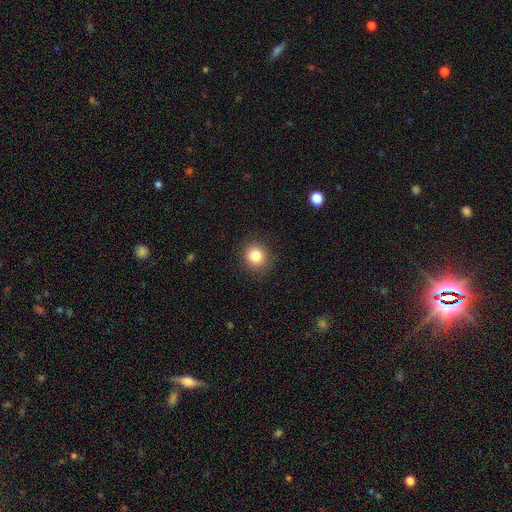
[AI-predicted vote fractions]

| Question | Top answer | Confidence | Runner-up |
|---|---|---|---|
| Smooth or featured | smooth | 83% | star or artifact (11%) |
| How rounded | round | 87% | in between (12%) |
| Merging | none | 88% | minor disturbance (8%) |